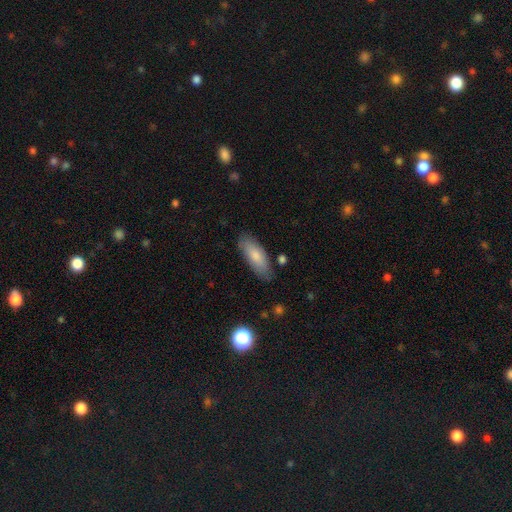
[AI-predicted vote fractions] The model was most divided on "how rounded": in between: 73%, cigar-shaped: 25%, round: 2%. More confident: smooth or featured — smooth (80%); merging — none (79%).